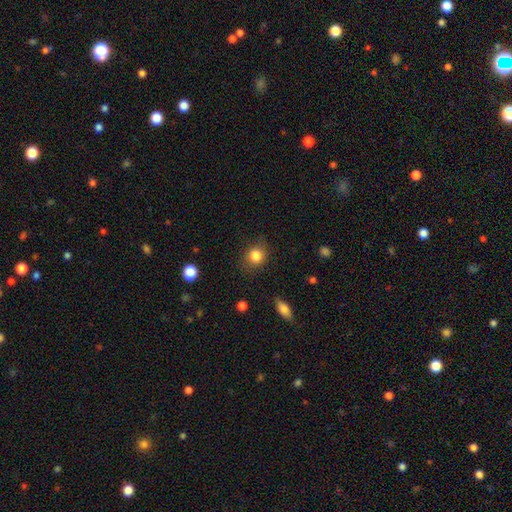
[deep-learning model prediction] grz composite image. It shows a smooth galaxy with no disk features (85%) that is round (76%). Merging: none (80%).